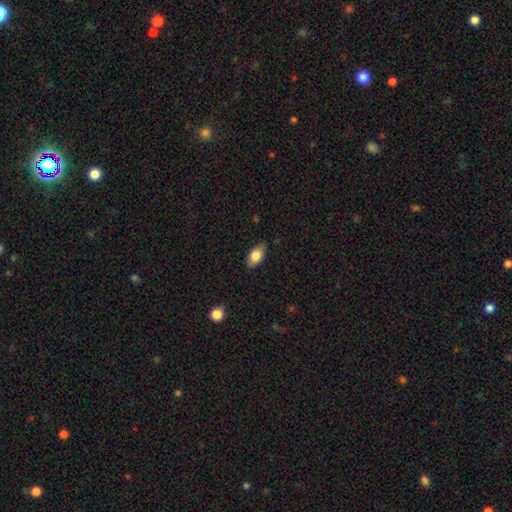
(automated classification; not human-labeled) smooth-or-featured: smooth: 80% | featured or disk: 13% | star or artifact: 7%
  how-rounded: in between: 91% | round: 6% | cigar-shaped: 4%
  merging: none: 80% | minor disturbance: 16% | major disturbance: 3% | merger: 1%